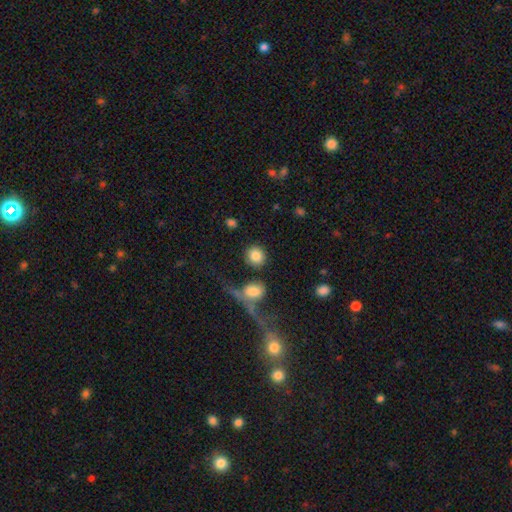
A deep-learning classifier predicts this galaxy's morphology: type=smooth (83%); roundness=round (87%); merging=none (72%).